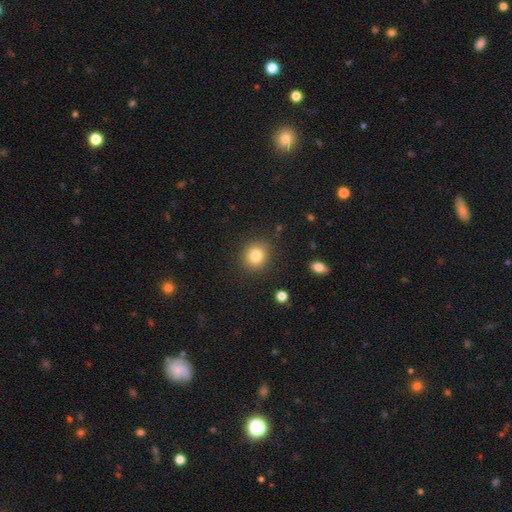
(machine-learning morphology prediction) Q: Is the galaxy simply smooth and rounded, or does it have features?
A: smooth — 81%.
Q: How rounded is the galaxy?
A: round — 82%.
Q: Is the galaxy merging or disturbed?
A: none — 88%.